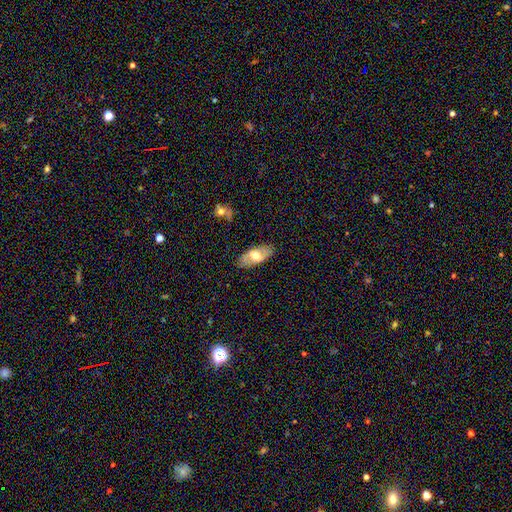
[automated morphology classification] A smooth galaxy with no disk features (55%) that is in between round and cigar-shaped (89%).

Vote fractions:
- Smooth or featured? smooth: 55% / featured or disk: 39% / star or artifact: 6%
- How rounded? in between: 89% / cigar-shaped: 7% / round: 4%
- Merging? none: 85% / minor disturbance: 11% / major disturbance: 2% / merger: 1%